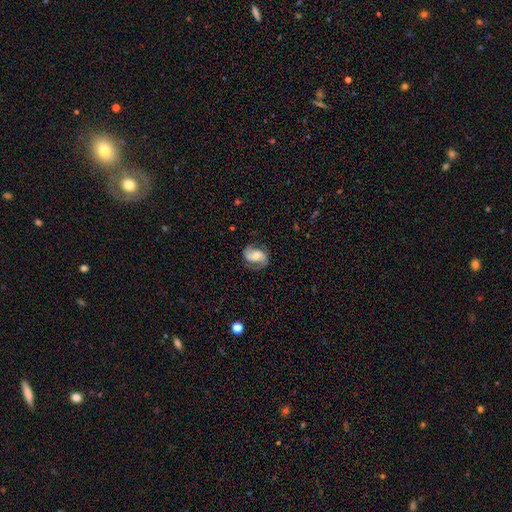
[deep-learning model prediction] Morphology: type=featured or disk (67%); edge-on=no (97%); bar=no (49%); spiral arms=yes (92%); winding=medium (42%); arm count=2 (85%); bulge=moderate (53%); merging=none (69%).